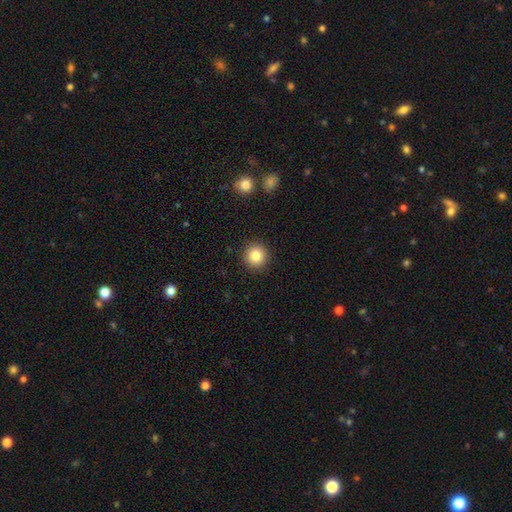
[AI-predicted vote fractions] The model was most divided on "smooth or featured": smooth: 84%, star or artifact: 10%, featured or disk: 6%. More confident: how rounded — round (94%); merging — none (92%).